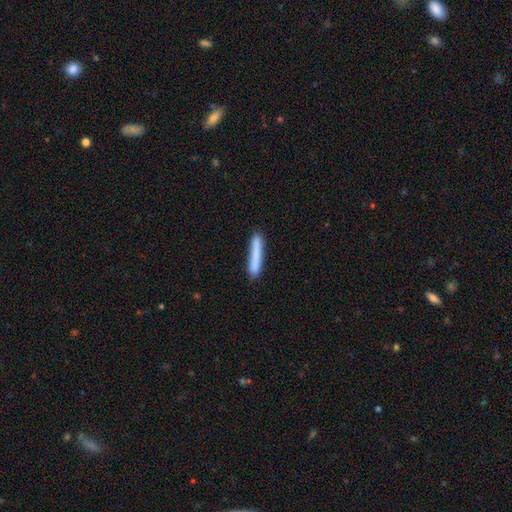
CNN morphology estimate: This is clearly a smooth galaxy (81%). How rounded: clearly cigar-shaped (95%). Merging: clearly none (85%).